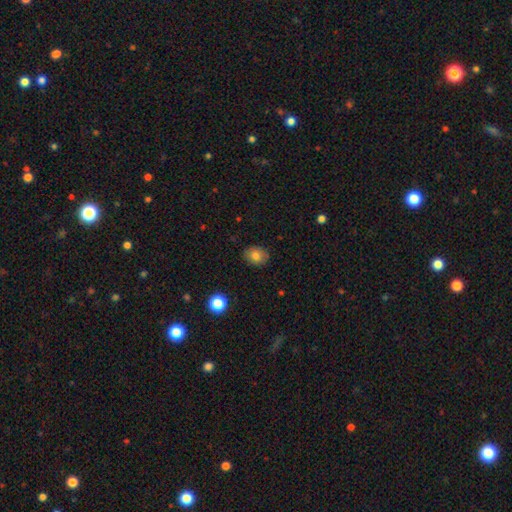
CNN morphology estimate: smooth-or-featured: smooth: 80% | star or artifact: 10% | featured or disk: 10%
  how-rounded: round: 53% | in between: 46% | cigar-shaped: 1%
  merging: none: 87% | minor disturbance: 10% | major disturbance: 2% | merger: 1%